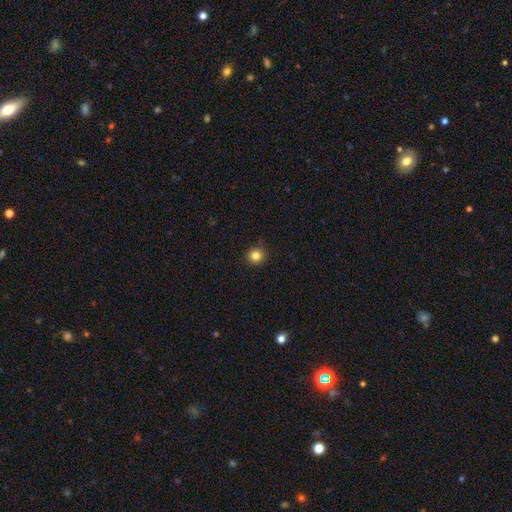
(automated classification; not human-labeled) Morphology: type=smooth (83%); roundness=round (94%); merging=none (90%).